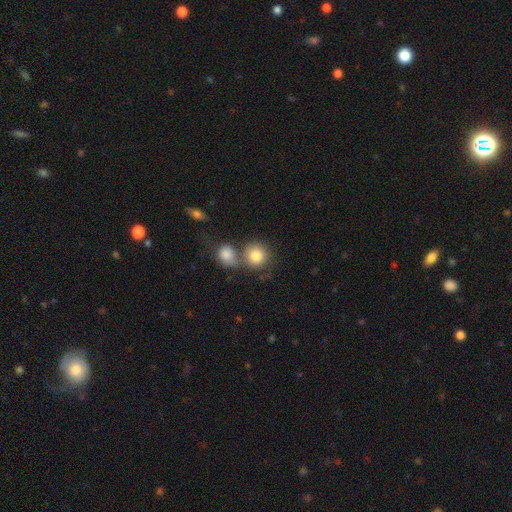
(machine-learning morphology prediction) smooth 83%, featured or disk 9%, star or artifact 8%. Down the decision tree: how rounded — round (86%); merging — none (44%).